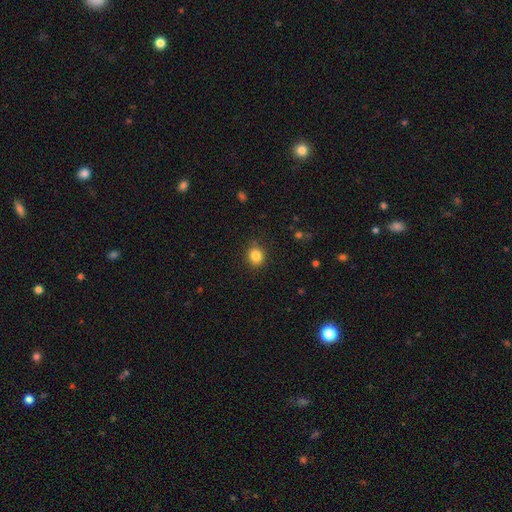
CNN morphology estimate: Overall: smooth (84%). How rounded: round (78%). Merging: none (87%).